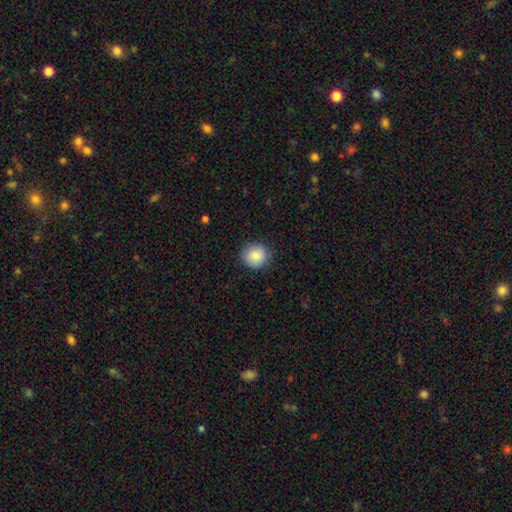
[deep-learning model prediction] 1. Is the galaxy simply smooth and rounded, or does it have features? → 86% smooth, 8% star or artifact, 6% featured or disk.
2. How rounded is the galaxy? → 90% round, 9% in between, 1% cigar-shaped.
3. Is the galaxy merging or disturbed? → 87% none, 10% minor disturbance, 2% major disturbance, 1% merger.